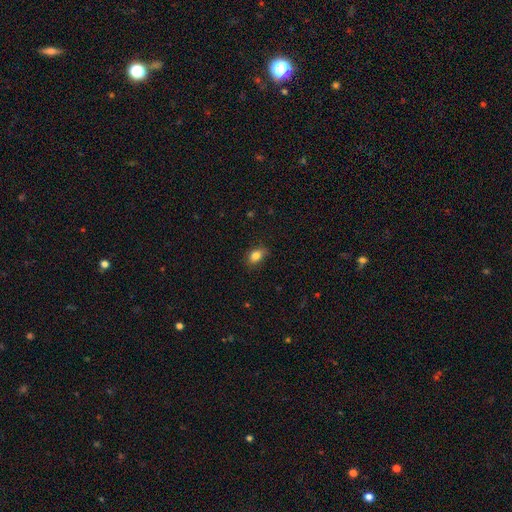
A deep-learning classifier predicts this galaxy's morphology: Smooth or featured: smooth — 83% (star or artifact — 9%)
How rounded: in between — 81% (round — 16%)
Merging: none — 78% (minor disturbance — 18%)